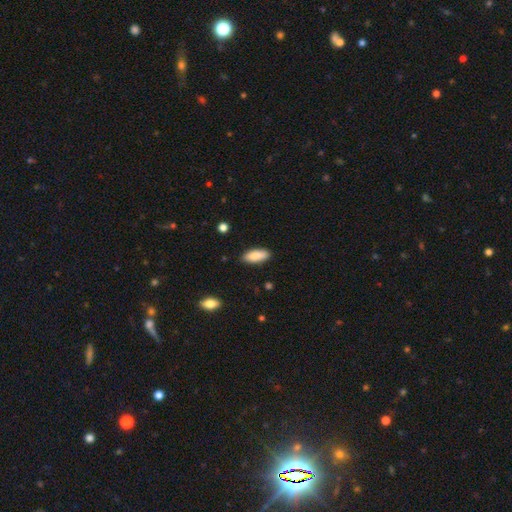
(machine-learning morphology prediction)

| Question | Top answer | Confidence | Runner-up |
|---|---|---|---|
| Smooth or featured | smooth | 86% | featured or disk (8%) |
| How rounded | in between | 79% | cigar-shaped (19%) |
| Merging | none | 87% | minor disturbance (10%) |